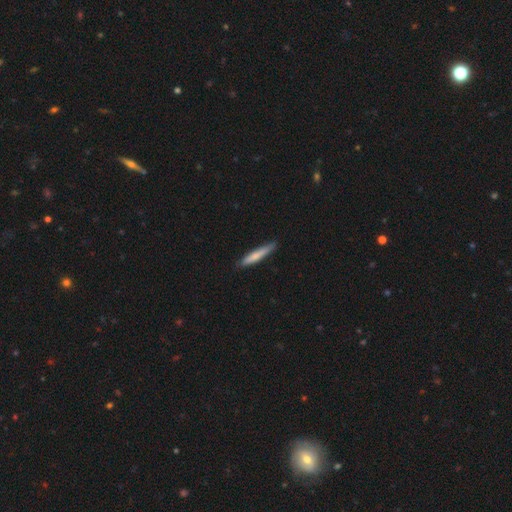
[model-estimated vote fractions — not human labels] smooth-or-featured: smooth: 73% | featured or disk: 22% | star or artifact: 5%
  how-rounded: cigar-shaped: 93% | in between: 5% | round: 1%
  merging: none: 85% | minor disturbance: 12% | major disturbance: 2% | merger: 1%